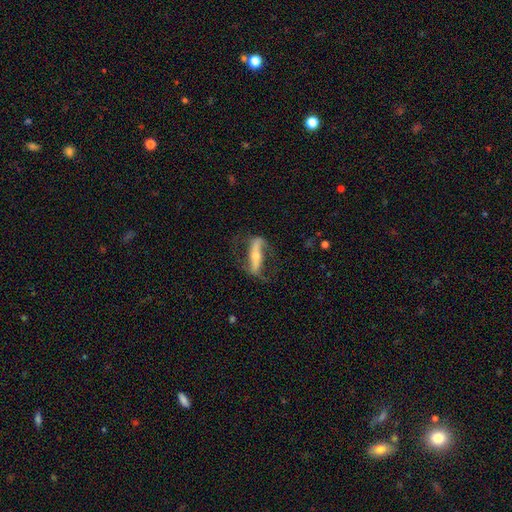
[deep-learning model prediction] Smooth or featured?
  - featured or disk: 77% *
  - smooth: 18%
  - star or artifact: 6%
Edge-on disk?
  - no: 63% *
  - yes: 37%
Merging?
  - none: 63% *
  - minor disturbance: 18%
  - major disturbance: 17%
  - merger: 2%